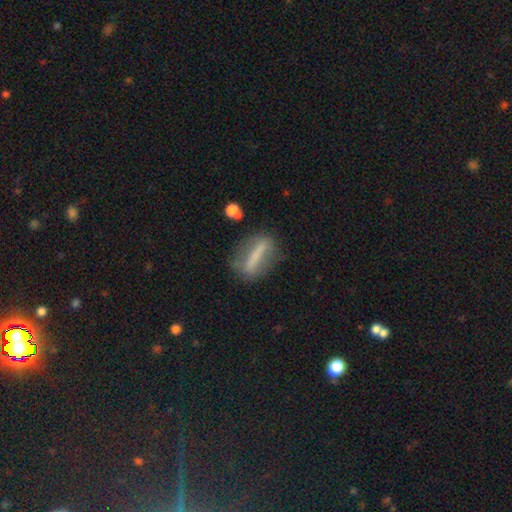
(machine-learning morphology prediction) smooth-or-featured: featured or disk: 45% (tied) | smooth: 45% (tied) | star or artifact: 10%
  merging: none: 74% | minor disturbance: 15% | major disturbance: 8% | merger: 3%